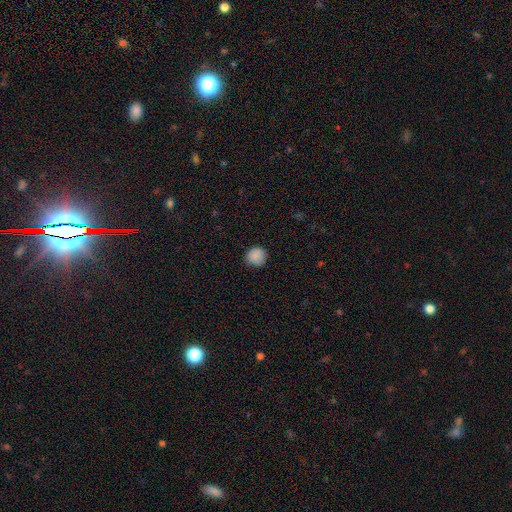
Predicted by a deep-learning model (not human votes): smooth_or_featured: smooth (p=0.88) [alt: star or artifact p=0.09]
how_rounded: round (p=0.90) [alt: in between p=0.09]
merging: none (p=0.84) [alt: minor disturbance p=0.12]